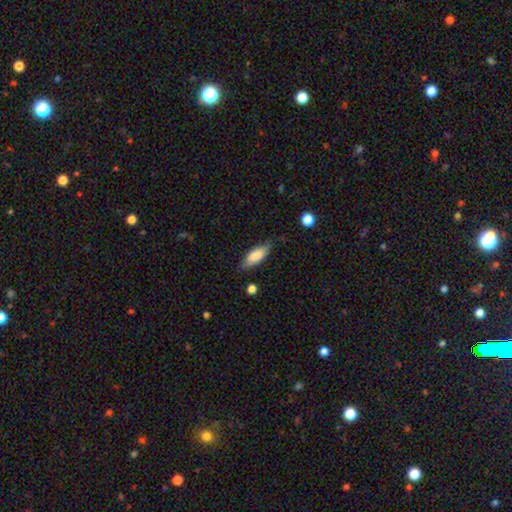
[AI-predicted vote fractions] smooth 79%, featured or disk 15%, star or artifact 6%. Down the decision tree: how rounded — in between (70%); merging — none (75%).